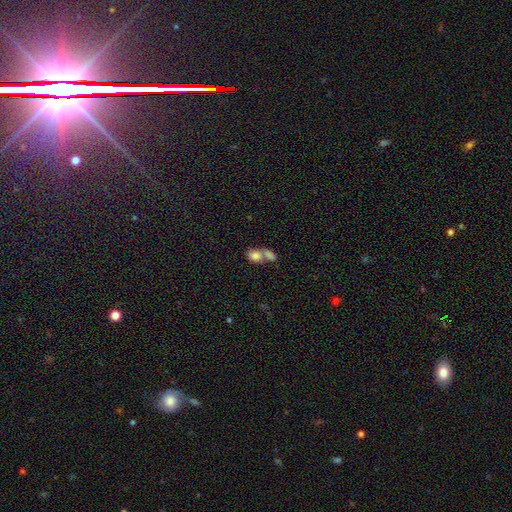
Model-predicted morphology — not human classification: A smooth galaxy with no disk features (81%) that is in between round and cigar-shaped (71%).

Vote fractions:
- Smooth or featured? smooth: 81% / featured or disk: 11% / star or artifact: 9%
- How rounded? in between: 71% / round: 27% / cigar-shaped: 2%
- Merging? merger: 66% / none: 22% / minor disturbance: 7% / major disturbance: 5%